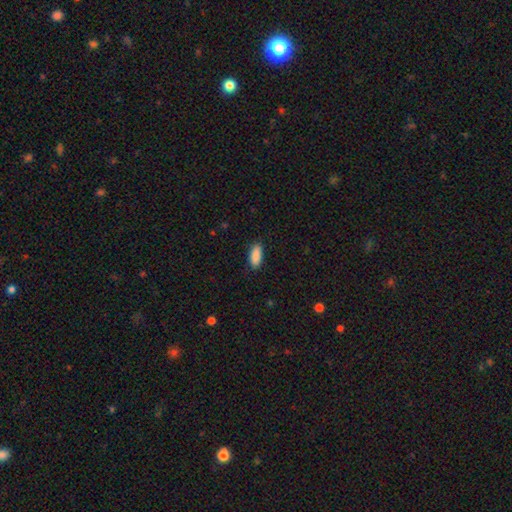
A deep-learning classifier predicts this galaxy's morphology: Overall: smooth (90%). How rounded: in between (83%). Merging: none (87%).